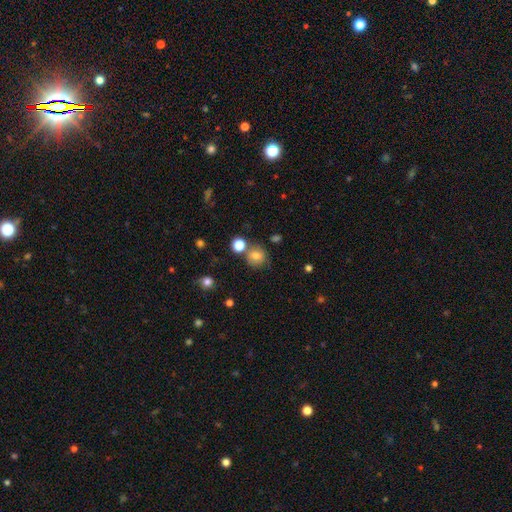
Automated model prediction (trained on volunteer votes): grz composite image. It shows a smooth galaxy with no disk features (76%) that is round (85%). Merging: none (69%).